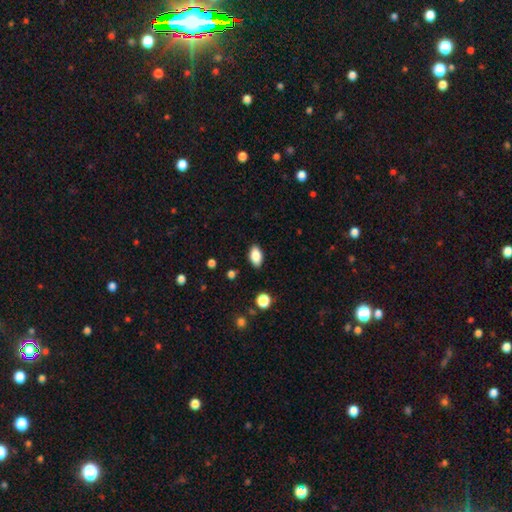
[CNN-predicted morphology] type=smooth (87%); roundness=in between (92%); merging=none (87%).